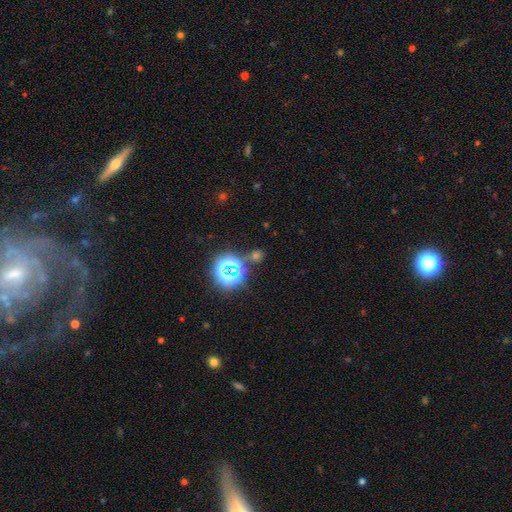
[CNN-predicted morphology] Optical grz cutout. It shows a star or artifact, not a galaxy (57%).